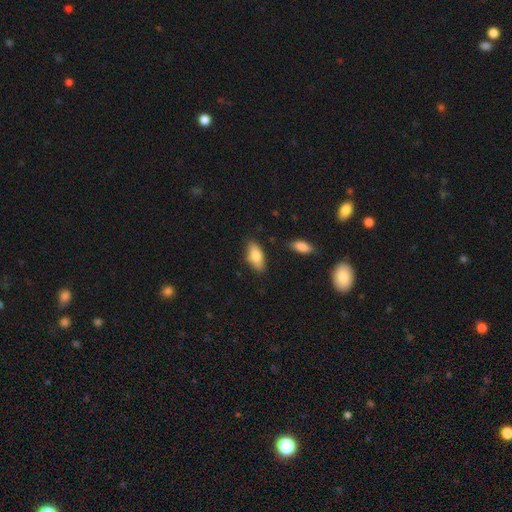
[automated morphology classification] This appears to be a smooth galaxy with no disk features (80%) that is in between round and cigar-shaped (86%). Merging: none (78%).